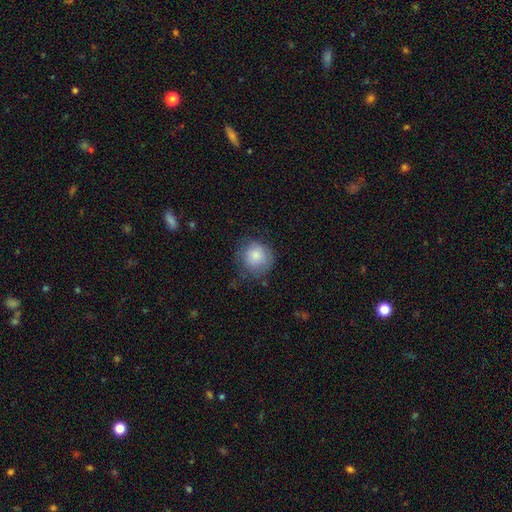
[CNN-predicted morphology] Smooth or featured: smooth — 80% (featured or disk — 13%)
How rounded: round — 89% (in between — 10%)
Merging: none — 60% (minor disturbance — 27%)